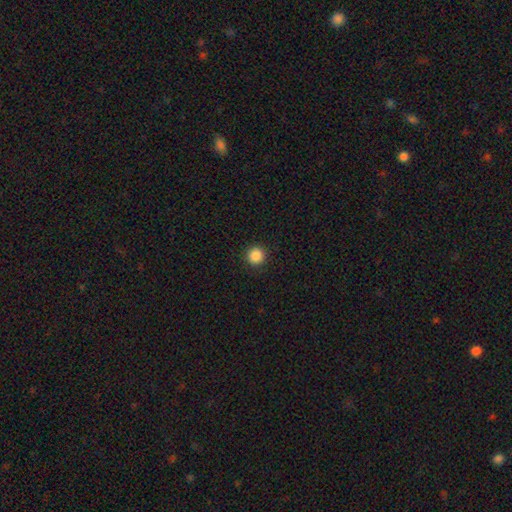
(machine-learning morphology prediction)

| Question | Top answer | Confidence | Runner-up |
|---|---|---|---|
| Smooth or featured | smooth | 87% | star or artifact (10%) |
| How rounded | round | 95% | in between (4%) |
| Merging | none | 93% | minor disturbance (5%) |